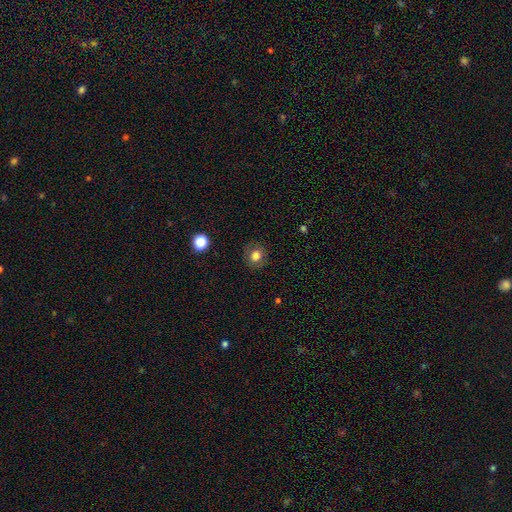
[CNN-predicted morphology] This appears to be a smooth galaxy with no disk features (78%) that is round (80%). Merging: none (86%).